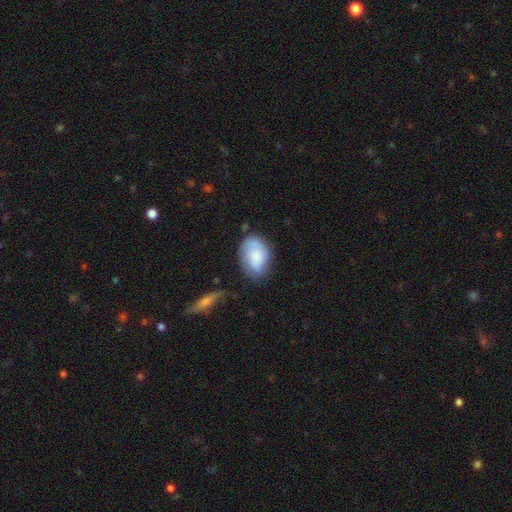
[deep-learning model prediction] A smooth galaxy with no disk features (58%) that is in between round and cigar-shaped (80%).

Vote fractions:
- Smooth or featured? smooth: 58% / featured or disk: 34% / star or artifact: 8%
- How rounded? in between: 80% / round: 18% / cigar-shaped: 1%
- Merging? none: 58% / minor disturbance: 27% / major disturbance: 11% / merger: 4%